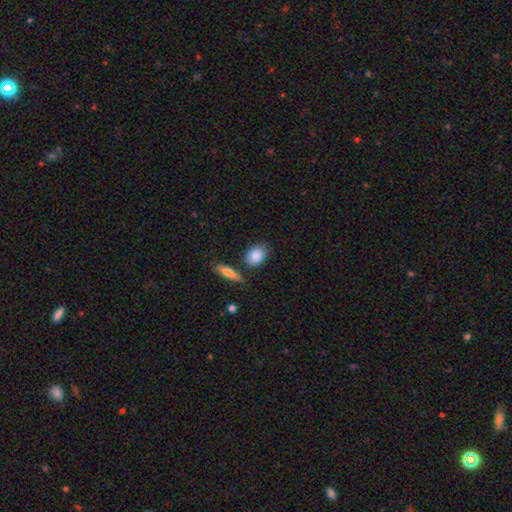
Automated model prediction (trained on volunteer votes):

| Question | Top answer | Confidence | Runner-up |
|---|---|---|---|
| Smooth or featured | smooth | 86% | featured or disk (8%) |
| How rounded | in between | 75% | round (21%) |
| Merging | none | 71% | minor disturbance (16%) |